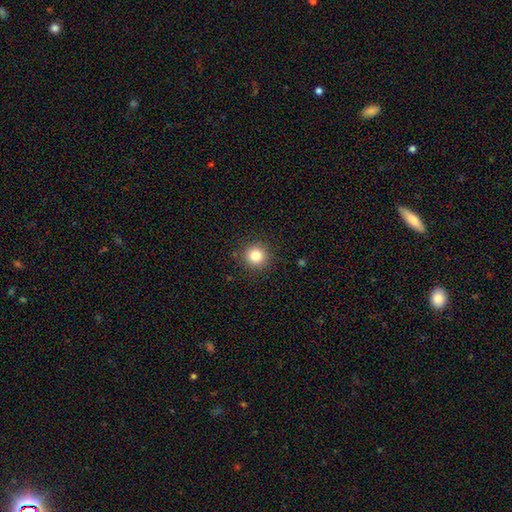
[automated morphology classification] This is clearly a smooth galaxy (82%). How rounded: clearly round (94%). Merging: clearly none (90%).